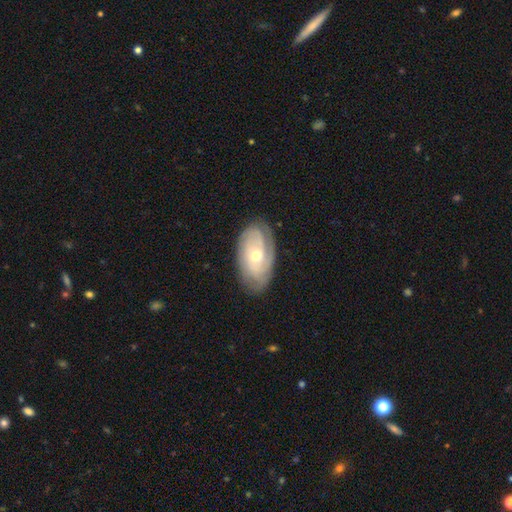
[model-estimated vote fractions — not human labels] This appears to be a featured or disk galaxy (68%) with no bar (77%), tight (62%) spiral arms (82%) and a moderate central bulge (62%). Merging: none (76%).